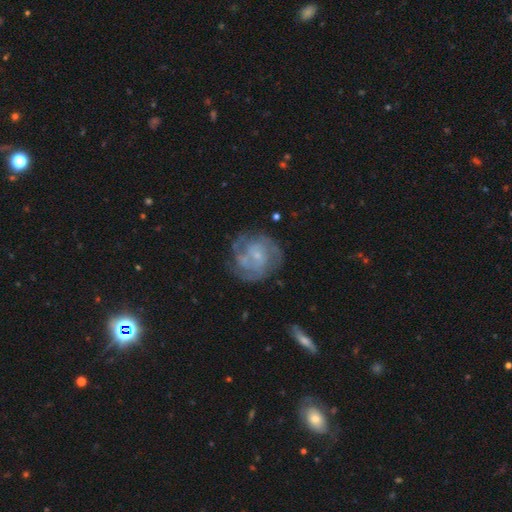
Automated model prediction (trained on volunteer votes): Q: Smooth or featured?
A: featured or disk (78%); runner-up: smooth (15%)
Q: Edge-on disk?
A: no (98%); runner-up: yes (2%)
Q: Bar?
A: no (67%); runner-up: weak (28%)
Q: Spiral arms?
A: yes (89%); runner-up: no (11%)
Q: Spiral winding?
A: tight (53%); runner-up: medium (36%)
Q: Spiral arm count?
A: can't tell (34%); runner-up: 3 (24%)
Q: Bulge size?
A: small (71%); runner-up: moderate (18%)
Q: Merging?
A: none (69%); runner-up: minor disturbance (18%)